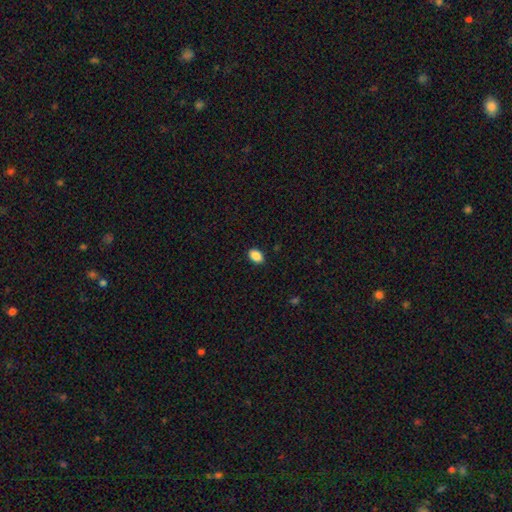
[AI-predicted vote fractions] Smooth or featured? Predicted: smooth (p=0.89). How rounded? Predicted: in between (p=0.84). Merging? Predicted: none (p=0.89).